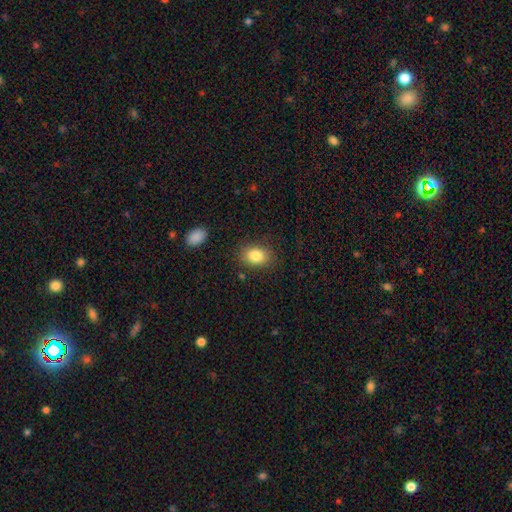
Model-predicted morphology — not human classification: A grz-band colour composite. It shows a smooth galaxy with no disk features (84%) that is in between round and cigar-shaped (73%). Merging: none (83%).